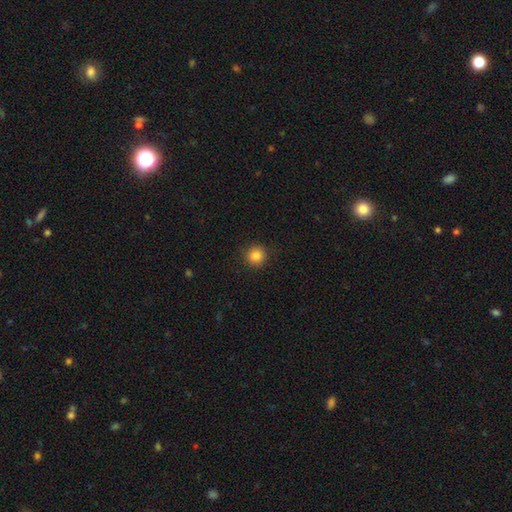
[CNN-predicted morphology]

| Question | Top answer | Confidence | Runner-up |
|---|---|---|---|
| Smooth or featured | smooth | 84% | star or artifact (11%) |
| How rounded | round | 93% | in between (6%) |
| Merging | none | 91% | minor disturbance (6%) |